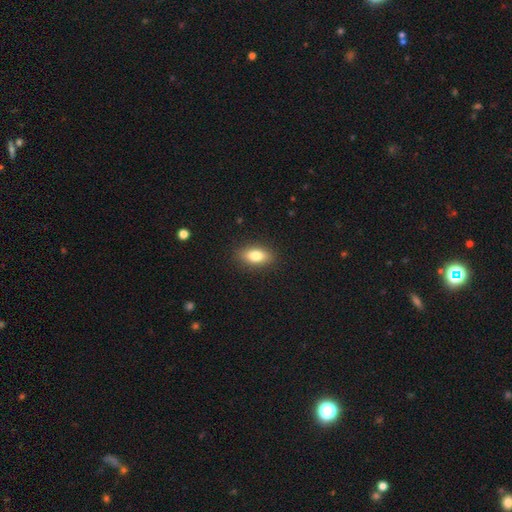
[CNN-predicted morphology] A smooth galaxy with no disk features (78%) that is in between round and cigar-shaped (84%). Merging: none (89%).